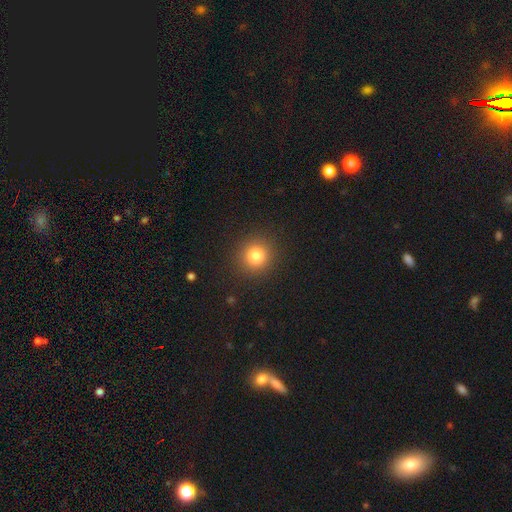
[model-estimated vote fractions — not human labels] Smooth or featured: smooth — 81% (star or artifact — 12%)
How rounded: round — 92% (in between — 7%)
Merging: none — 90% (minor disturbance — 6%)